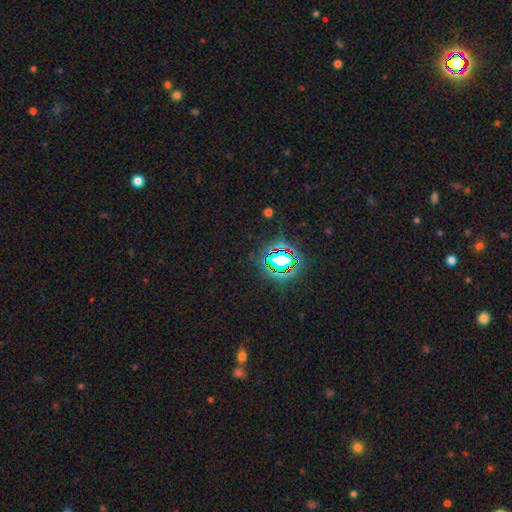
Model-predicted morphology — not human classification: Smooth or featured?
  - star or artifact: 78% *
  - smooth: 13%
  - featured or disk: 8%